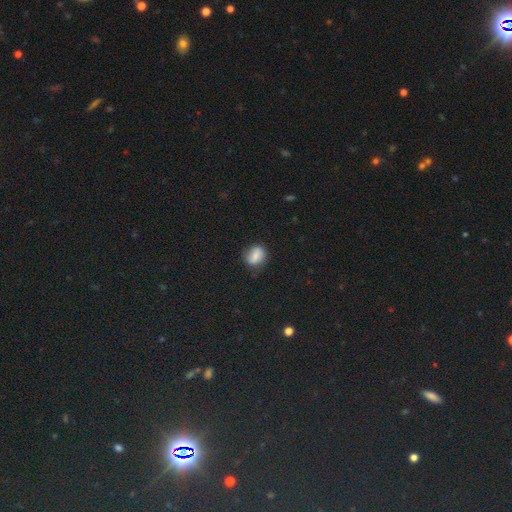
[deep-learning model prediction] This appears to be a smooth galaxy with no disk features (72%) that is round (53%). Merging: none (78%).